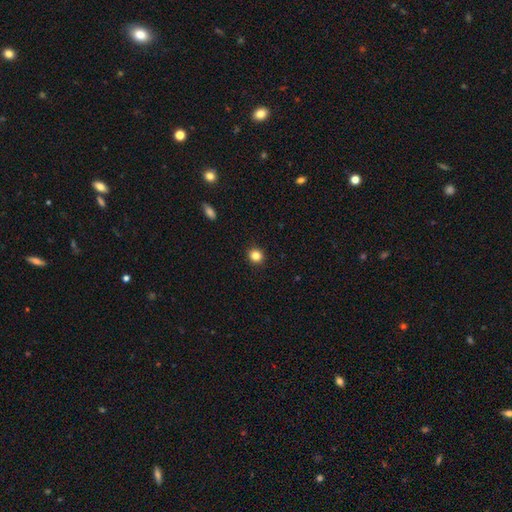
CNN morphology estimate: Smooth or featured?
  - smooth: 84% *
  - star or artifact: 12%
  - featured or disk: 5%
How rounded?
  - round: 89% *
  - in between: 10%
  - cigar-shaped: 1%
Merging?
  - none: 92% *
  - minor disturbance: 5%
  - major disturbance: 2%
  - merger: 1%